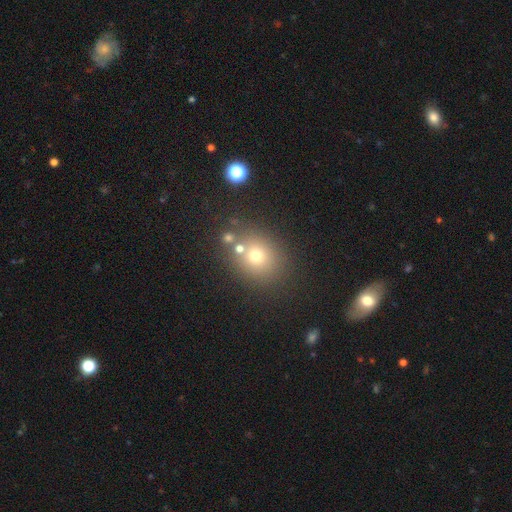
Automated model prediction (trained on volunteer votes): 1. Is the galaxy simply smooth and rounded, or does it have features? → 67% smooth, 20% star or artifact, 14% featured or disk.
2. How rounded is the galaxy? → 71% round, 28% in between, 1% cigar-shaped.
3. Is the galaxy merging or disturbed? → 70% none, 15% merger, 11% minor disturbance, 4% major disturbance.